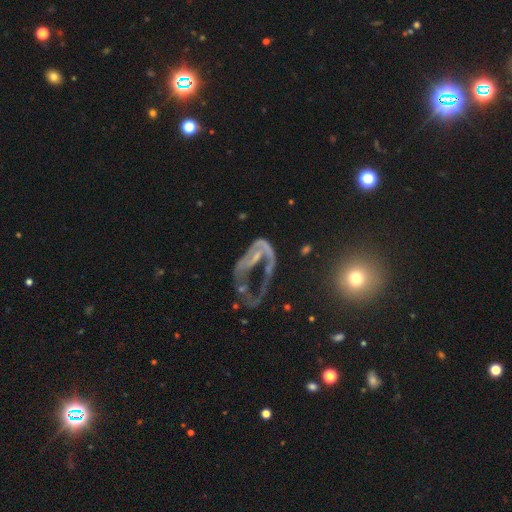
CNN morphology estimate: This is likely a featured or disk galaxy (70%). It is clearly not viewed edge-on (95%). Bar: likely no (65%). Spiral arm pattern: possibly no (53%). Central bulge: possibly none (46%). Merging: likely major disturbance (60%).